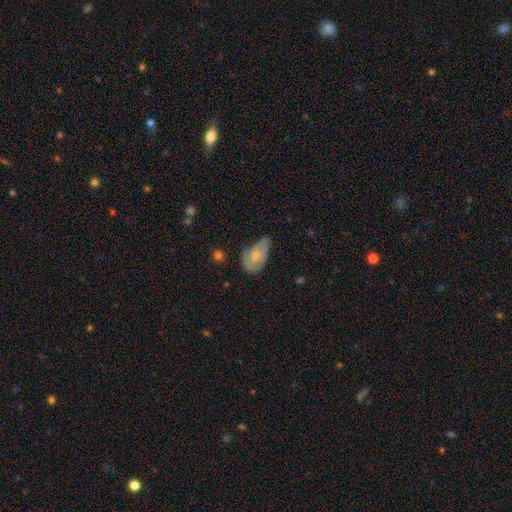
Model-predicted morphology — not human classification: type=smooth (55%); roundness=in between (89%); merging=minor disturbance (44%).